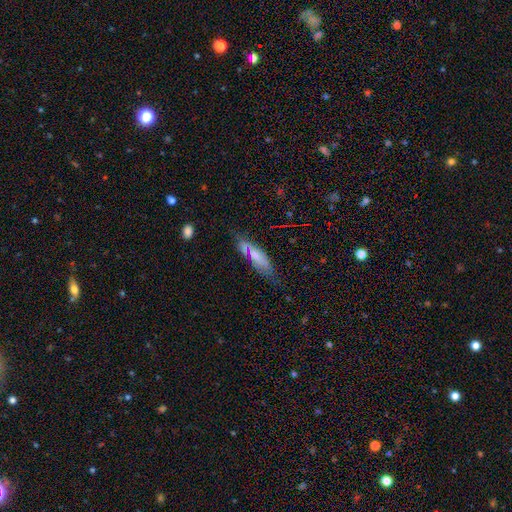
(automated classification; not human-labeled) The model was most divided on "how rounded": in between: 49%, cigar-shaped: 48%, round: 3%. More confident: merging — none (66%); smooth or featured — smooth (50%).